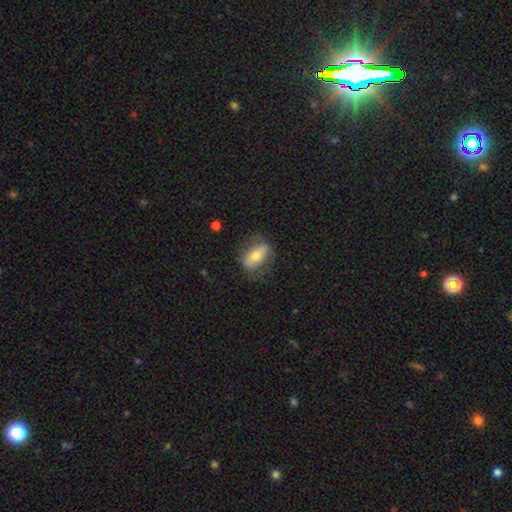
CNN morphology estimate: Q: Smooth or featured?
A: smooth (58%); runner-up: featured or disk (35%)
Q: How rounded?
A: in between (82%); runner-up: round (9%)
Q: Merging?
A: none (71%); runner-up: minor disturbance (19%)